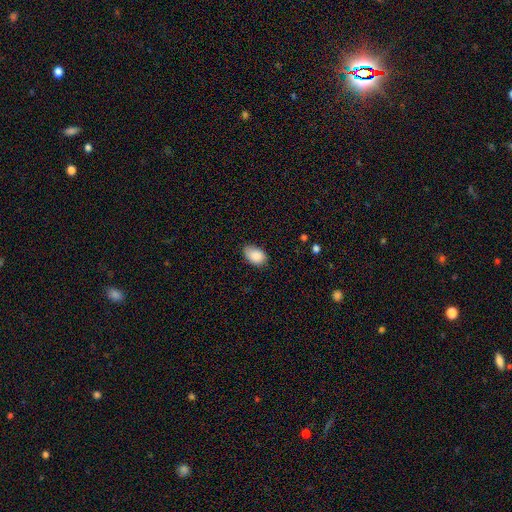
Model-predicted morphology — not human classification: Smooth or featured? Predicted: smooth (p=0.88). How rounded? Predicted: in between (p=0.88). Merging? Predicted: none (p=0.73).